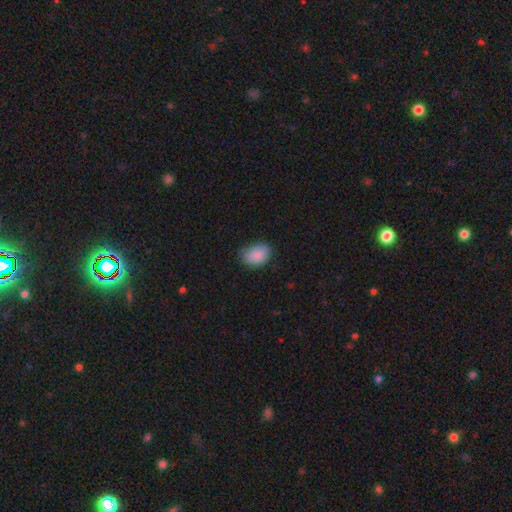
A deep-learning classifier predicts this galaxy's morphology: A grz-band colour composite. It shows a smooth galaxy with no disk features (84%) that is in between round and cigar-shaped (77%). Merging: none (72%).